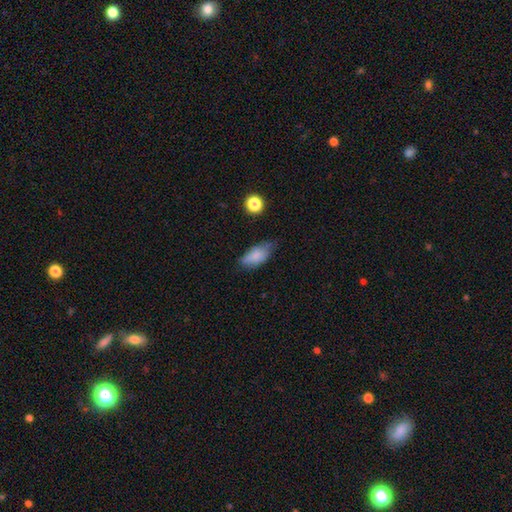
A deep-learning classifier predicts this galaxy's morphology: smooth-or-featured: smooth: 78% | featured or disk: 13% | star or artifact: 9%
  how-rounded: in between: 89% | cigar-shaped: 7% | round: 4%
  merging: none: 46% | minor disturbance: 39% | major disturbance: 12% | merger: 3%